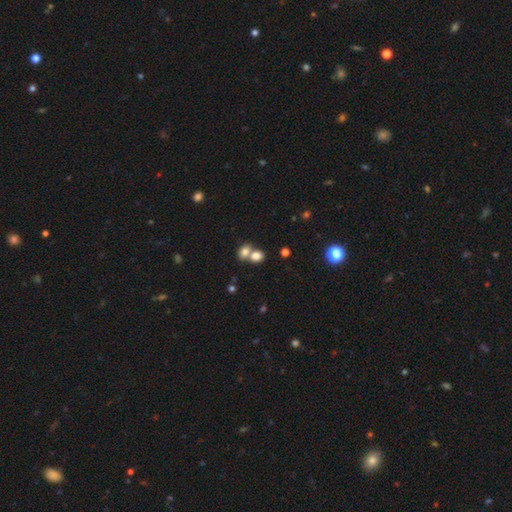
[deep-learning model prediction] smooth 78%, star or artifact 12%, featured or disk 10%. Down the decision tree: how rounded — in between (54%); merging — merger (57%).